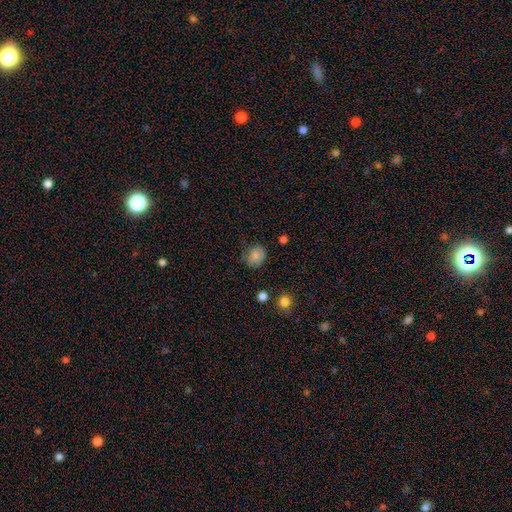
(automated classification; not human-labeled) Q: Smooth or featured?
A: smooth (80%); runner-up: star or artifact (10%)
Q: How rounded?
A: round (60%); runner-up: in between (39%)
Q: Merging?
A: none (71%); runner-up: minor disturbance (22%)